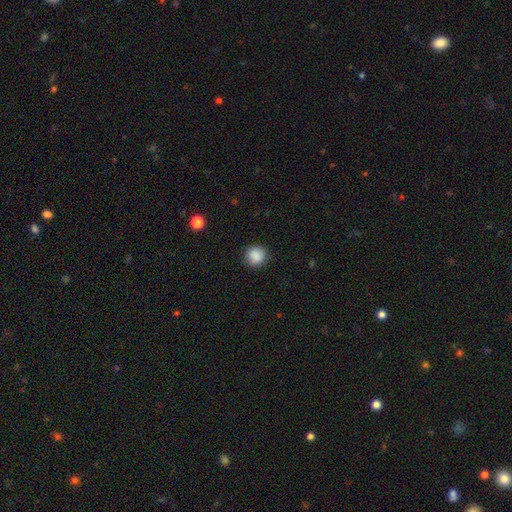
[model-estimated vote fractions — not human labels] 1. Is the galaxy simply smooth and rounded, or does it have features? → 88% smooth, 9% star or artifact, 3% featured or disk.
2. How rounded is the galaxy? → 91% round, 8% in between, 1% cigar-shaped.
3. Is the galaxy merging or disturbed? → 88% none, 9% minor disturbance, 3% major disturbance, 1% merger.